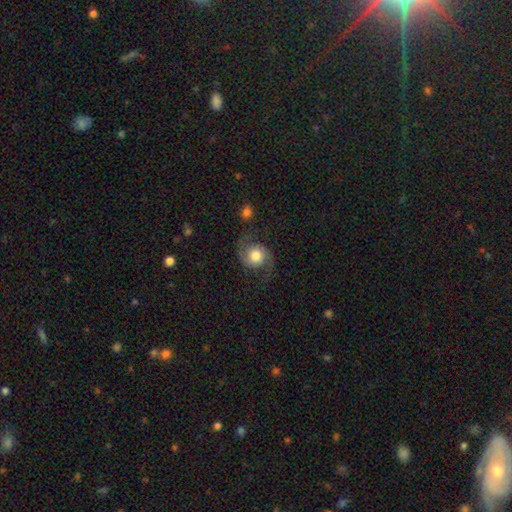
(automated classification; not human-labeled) Smooth or featured: featured or disk — 73% (smooth — 20%)
Edge-on disk: no — 98% (yes — 2%)
Bar: no — 76% (weak — 20%)
Spiral arms: yes — 94% (no — 6%)
Spiral winding: loose — 49% (medium — 40%)
Spiral arm count: 2 — 93% (1 — 2%)
Bulge size: large — 43% (moderate — 40%)
Merging: none — 69% (minor disturbance — 17%)